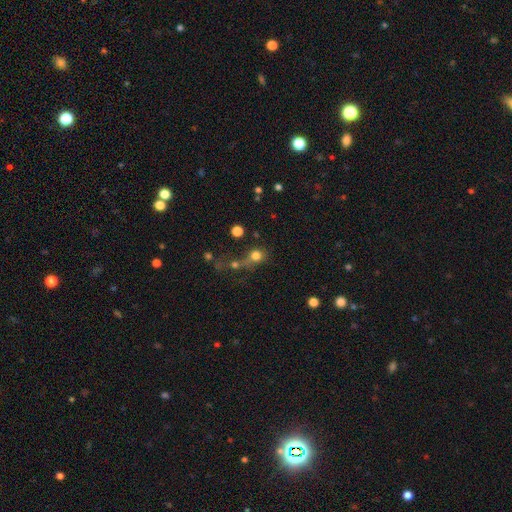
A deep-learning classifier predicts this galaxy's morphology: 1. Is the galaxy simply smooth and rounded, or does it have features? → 73% smooth, 16% star or artifact, 10% featured or disk.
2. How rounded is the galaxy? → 82% round, 16% in between, 2% cigar-shaped.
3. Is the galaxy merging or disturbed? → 43% none, 32% merger, 13% major disturbance, 12% minor disturbance.